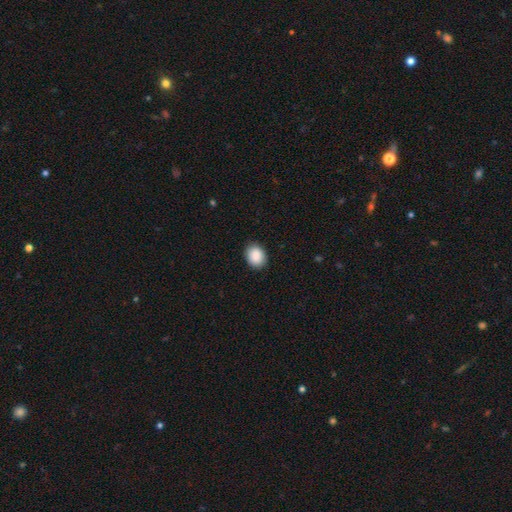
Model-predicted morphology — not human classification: A smooth galaxy with no disk features (89%) that is in between round and cigar-shaped (58%). Merging: none (87%).